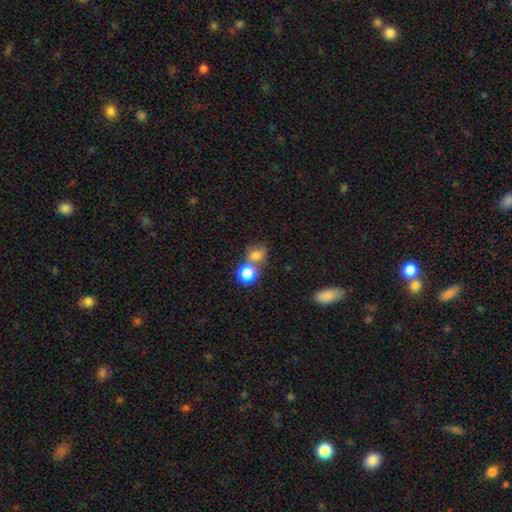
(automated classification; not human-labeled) smooth-or-featured: smooth: 73% | star or artifact: 17% | featured or disk: 10%
  how-rounded: round: 67% | in between: 31% | cigar-shaped: 1%
  merging: none: 44% | merger: 40% | minor disturbance: 11% | major disturbance: 6%